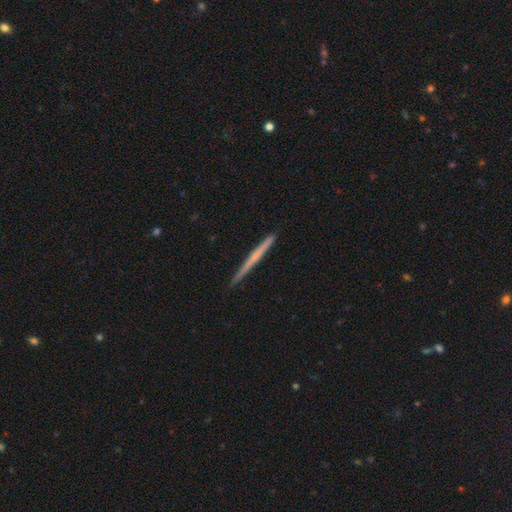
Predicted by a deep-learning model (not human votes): A featured or disk galaxy (49%). Merging: none (90%).